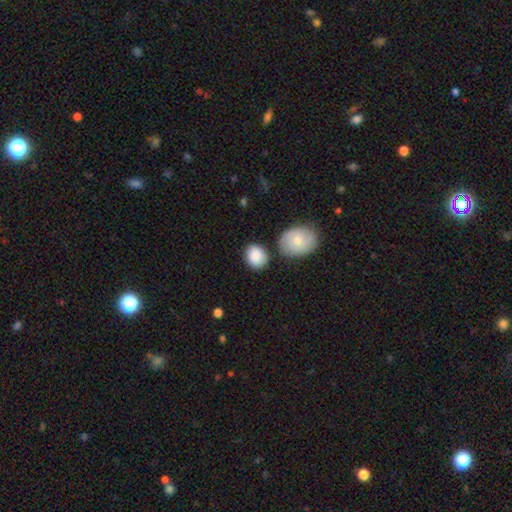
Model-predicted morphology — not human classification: smooth-or-featured: smooth: 87% | featured or disk: 7% | star or artifact: 6%
  how-rounded: round: 55% | in between: 44% | cigar-shaped: 1%
  merging: none: 70% | minor disturbance: 16% | merger: 9% | major disturbance: 4%